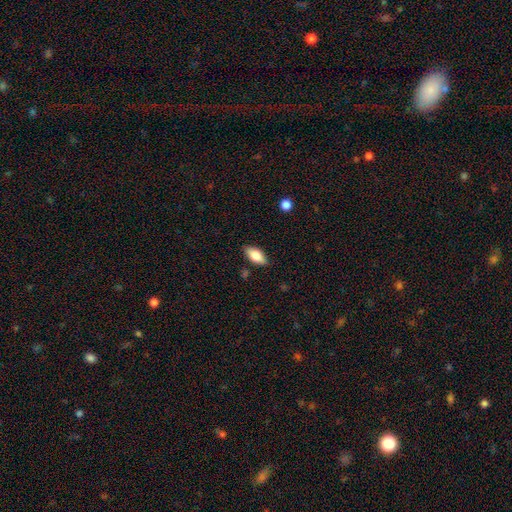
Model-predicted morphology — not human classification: The model was most divided on "smooth or featured": smooth: 75%, featured or disk: 18%, star or artifact: 7%. More confident: how rounded — in between (88%); merging — none (84%).